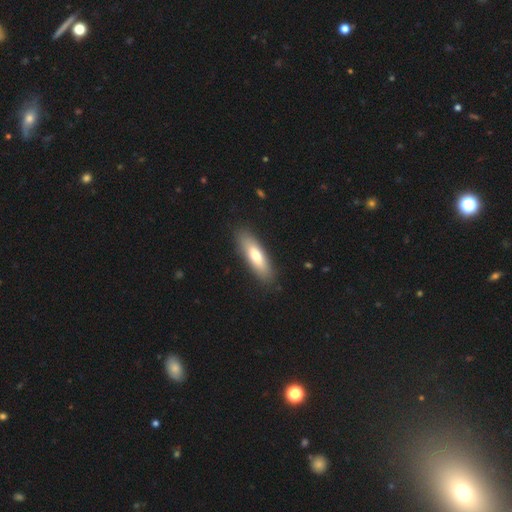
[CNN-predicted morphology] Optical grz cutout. It shows a smooth galaxy with no disk features (71%) that is cigar-shaped (53%). Merging: none (88%).